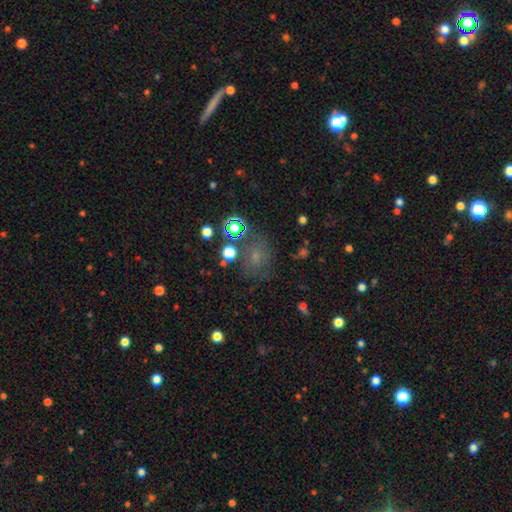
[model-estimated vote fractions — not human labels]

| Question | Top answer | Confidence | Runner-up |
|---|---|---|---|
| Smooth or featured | smooth | 45% | star or artifact (37%) |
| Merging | none | 67% | minor disturbance (16%) |